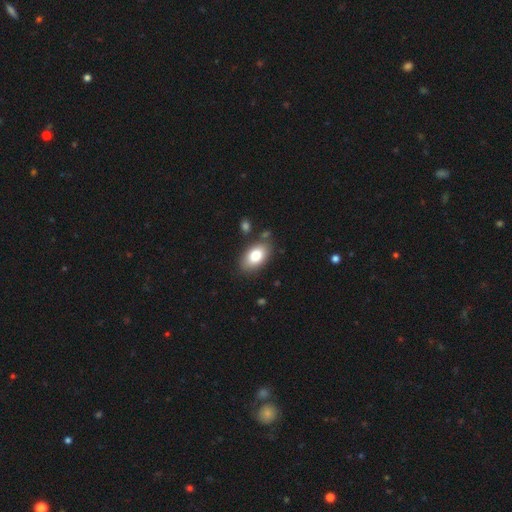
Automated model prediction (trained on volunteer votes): Smooth or featured?
  - smooth: 79% *
  - featured or disk: 13%
  - star or artifact: 7%
How rounded?
  - in between: 92% *
  - round: 6%
  - cigar-shaped: 2%
Merging?
  - none: 80% *
  - minor disturbance: 12%
  - merger: 5%
  - major disturbance: 3%